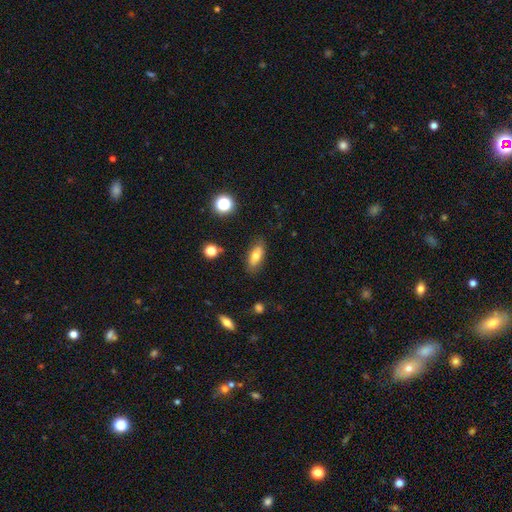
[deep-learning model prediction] Smooth or featured? Predicted: smooth (p=0.72). How rounded? Predicted: in between (p=0.80). Merging? Predicted: none (p=0.82).